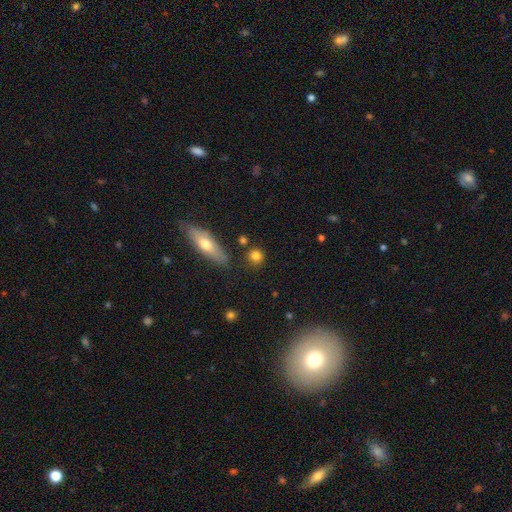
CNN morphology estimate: smooth 81%, star or artifact 10%, featured or disk 9%. Down the decision tree: how rounded — round (86%); merging — none (83%).